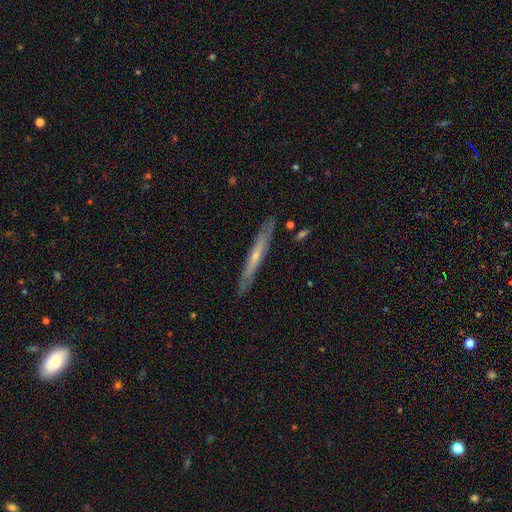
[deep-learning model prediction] Smooth or featured: featured or disk — 57% (smooth — 37%)
Edge-on disk: yes — 90% (no — 10%)
Edge-on bulge: none — 54% (rounded — 42%)
Merging: none — 86% (minor disturbance — 11%)